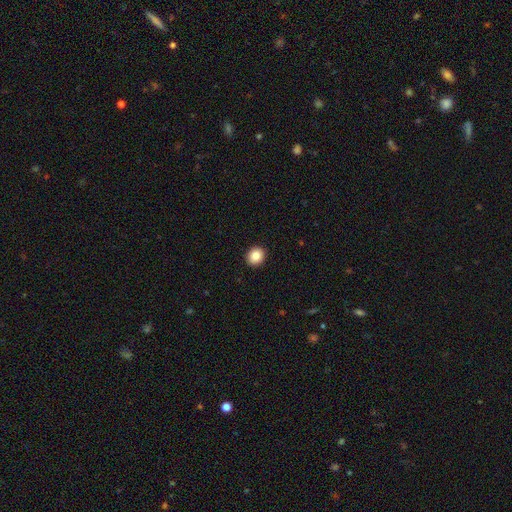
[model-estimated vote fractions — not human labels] The model was most divided on "how rounded": round: 78%, in between: 21%, cigar-shaped: 1%. More confident: merging — none (93%); smooth or featured — smooth (85%).